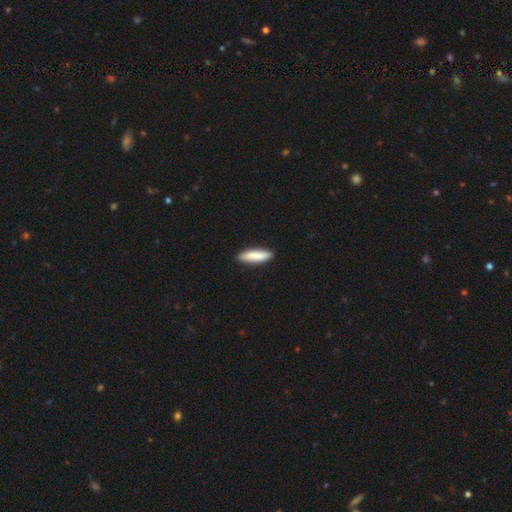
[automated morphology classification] Smooth or featured?
  - smooth: 85% *
  - featured or disk: 10%
  - star or artifact: 5%
How rounded?
  - cigar-shaped: 73% *
  - in between: 26%
  - round: 1%
Merging?
  - none: 90% *
  - minor disturbance: 7%
  - major disturbance: 1%
  - merger: 1%